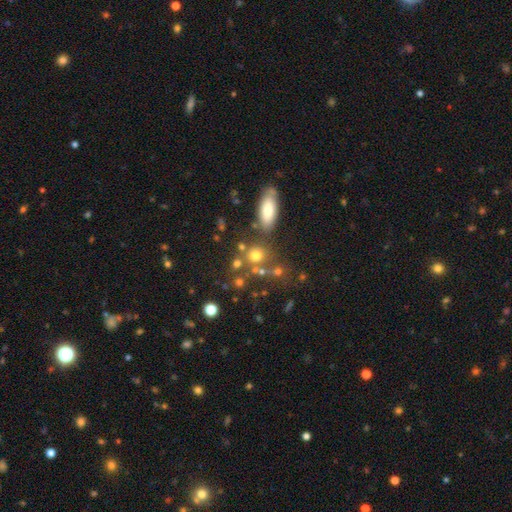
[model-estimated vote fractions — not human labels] smooth_or_featured: smooth (p=0.72) [alt: star or artifact p=0.16]
how_rounded: round (p=0.75) [alt: in between p=0.22]
merging: none (p=0.58) [alt: merger p=0.23]